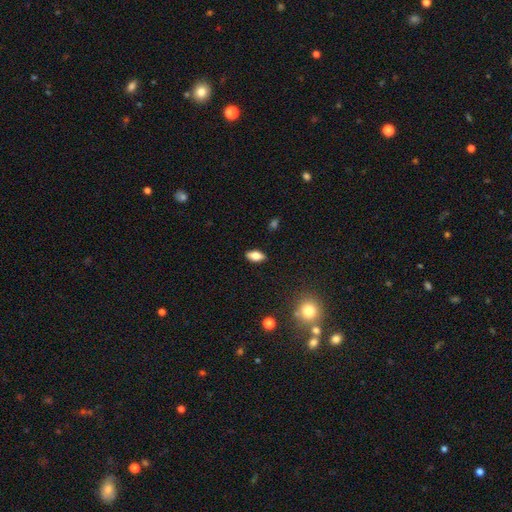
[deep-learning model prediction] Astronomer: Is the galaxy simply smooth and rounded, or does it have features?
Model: smooth — 73%.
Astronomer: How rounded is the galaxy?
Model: in between — 87%.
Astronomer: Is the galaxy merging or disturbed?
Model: none — 88%.